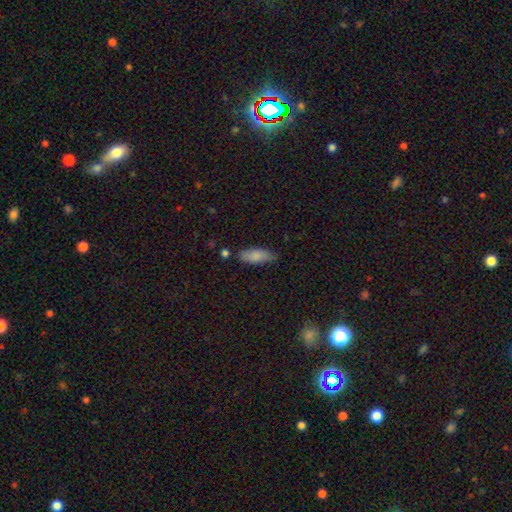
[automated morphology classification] The model was most divided on "how rounded": in between: 72%, cigar-shaped: 26%, round: 2%. More confident: smooth or featured — smooth (82%); merging — none (72%).